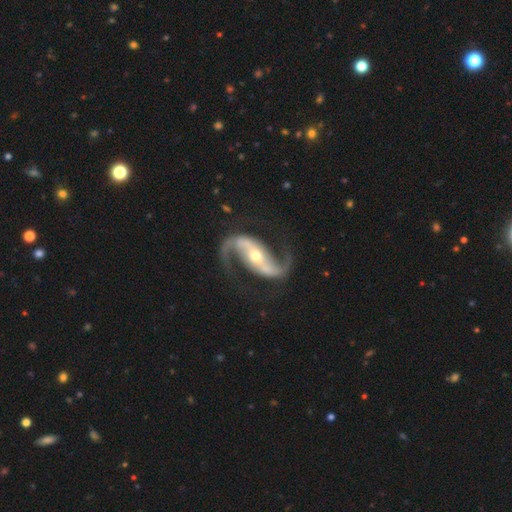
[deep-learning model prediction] Smooth or featured? featured or disk (94%)
Edge-on disk? no (97%)
Bar? strong (54%)
Spiral arms? yes (98%)
Spiral winding? loose (48%)
Spiral arm count? 2 (95%)
Bulge size? moderate (51%)
Merging? none (82%)